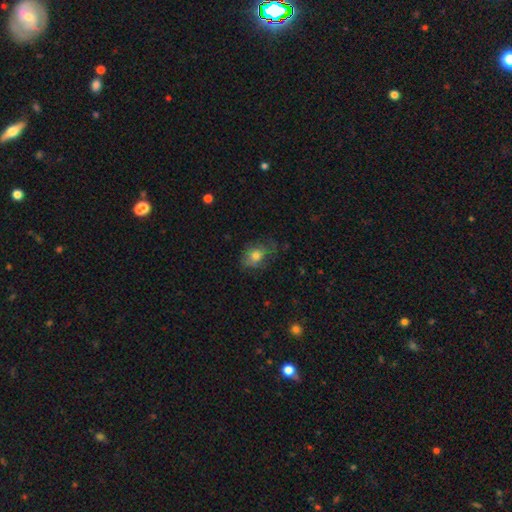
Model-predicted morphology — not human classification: This is likely a smooth galaxy (72%). How rounded: likely in between (68%). Merging: possibly none (56%).